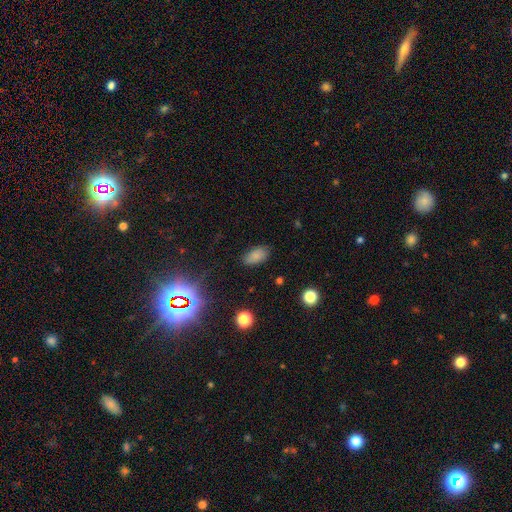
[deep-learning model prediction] Overall: smooth (81%). How rounded: in between (92%). Merging: none (82%).